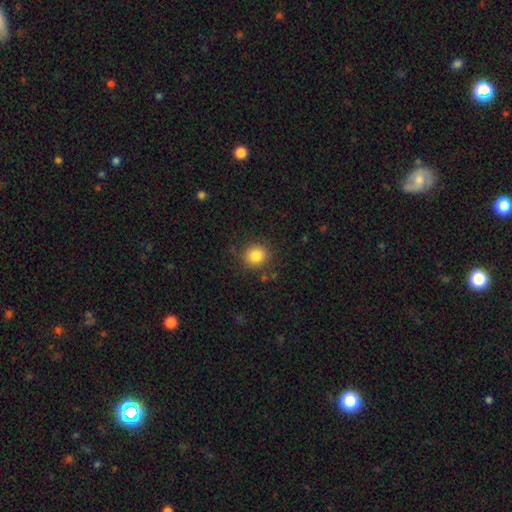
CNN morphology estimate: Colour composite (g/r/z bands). It shows a smooth galaxy with no disk features (83%) that is round (83%). Merging: none (85%).